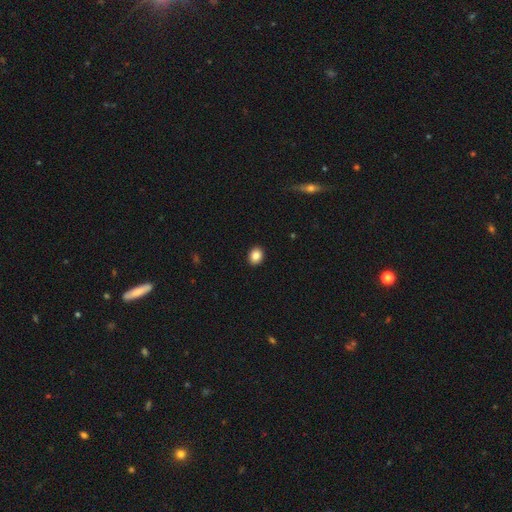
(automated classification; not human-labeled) This is clearly a smooth galaxy (86%). How rounded: possibly round (54%). Merging: clearly none (92%).